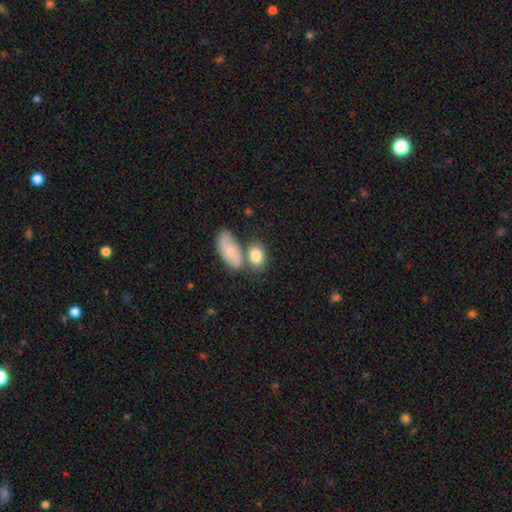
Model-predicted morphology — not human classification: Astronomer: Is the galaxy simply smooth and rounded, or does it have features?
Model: smooth — 80%.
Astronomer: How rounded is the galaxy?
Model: in between — 80%.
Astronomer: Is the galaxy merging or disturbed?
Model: none — 47% (runner-up: merger, 34%).